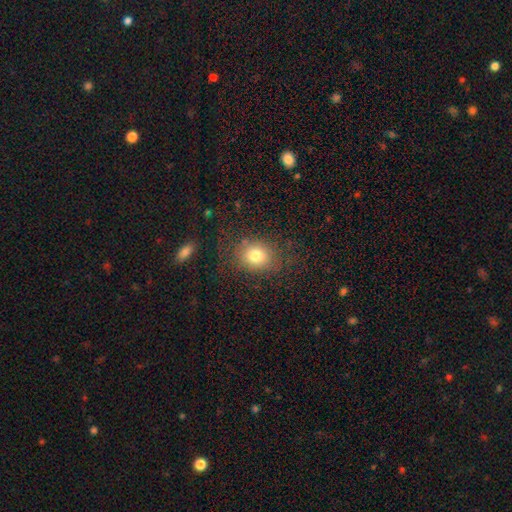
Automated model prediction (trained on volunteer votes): smooth-or-featured: smooth: 77% | star or artifact: 12% | featured or disk: 10%
  how-rounded: round: 63% | in between: 36% | cigar-shaped: 1%
  merging: none: 77% | minor disturbance: 14% | major disturbance: 7% | merger: 2%